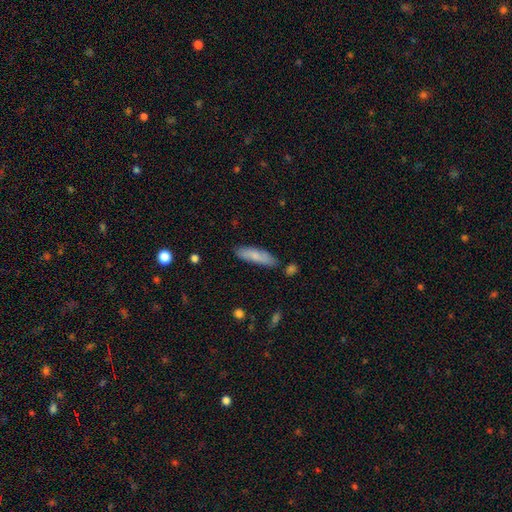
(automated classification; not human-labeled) smooth-or-featured: smooth: 74% | featured or disk: 20% | star or artifact: 6%
  how-rounded: cigar-shaped: 67% | in between: 31% | round: 2%
  merging: none: 79% | minor disturbance: 15% | merger: 4% | major disturbance: 3%